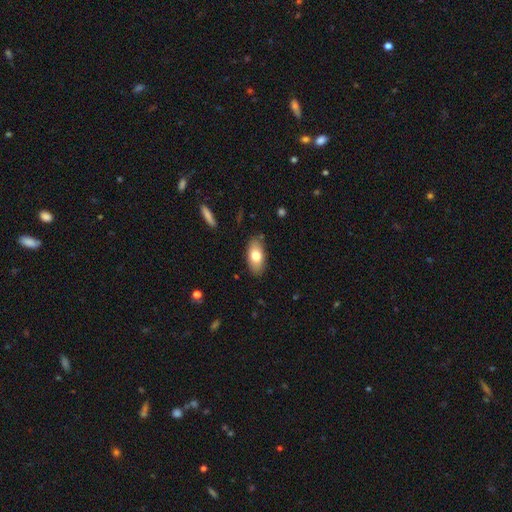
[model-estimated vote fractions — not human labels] Smooth or featured: smooth — 75% (featured or disk — 19%)
How rounded: in between — 91% (cigar-shaped — 6%)
Merging: none — 85% (minor disturbance — 11%)